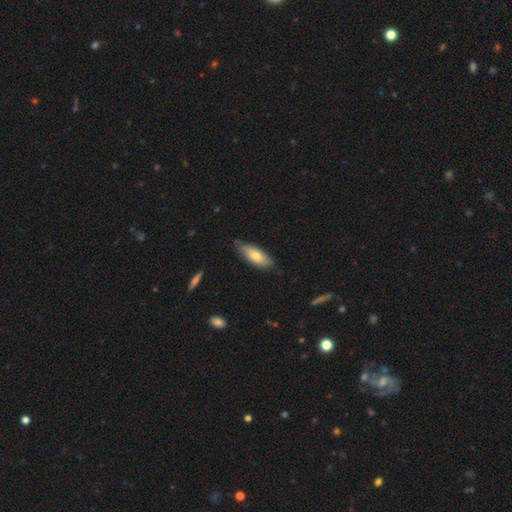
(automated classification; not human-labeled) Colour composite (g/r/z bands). It shows a smooth galaxy with no disk features (75%) that is in between round and cigar-shaped (72%). Merging: none (73%).